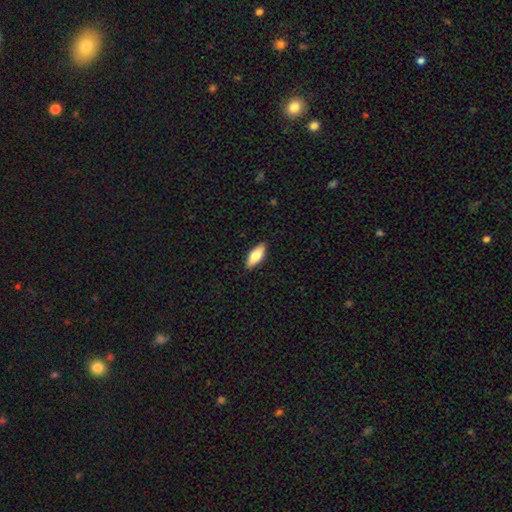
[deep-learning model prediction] A smooth galaxy with no disk features (75%) that is in between round and cigar-shaped (74%).

Vote fractions:
- Smooth or featured? smooth: 75% / featured or disk: 20% / star or artifact: 6%
- How rounded? in between: 74% / cigar-shaped: 24% / round: 2%
- Merging? none: 89% / minor disturbance: 8% / major disturbance: 2% / merger: 1%